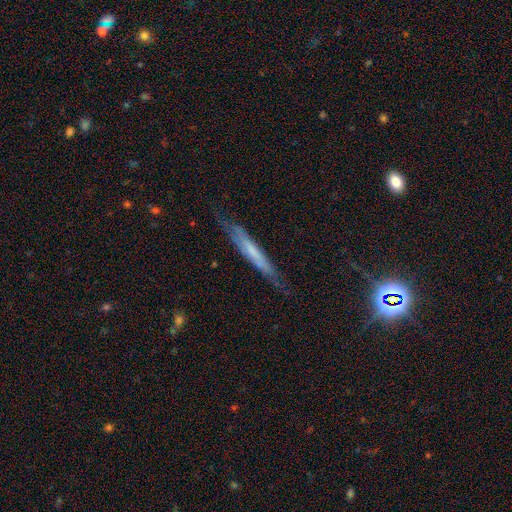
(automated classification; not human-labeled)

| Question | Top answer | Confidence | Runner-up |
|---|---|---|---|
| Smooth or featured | featured or disk | 51% | smooth (37%) |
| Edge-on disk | yes | 85% | no (15%) |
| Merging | none | 76% | minor disturbance (18%) |